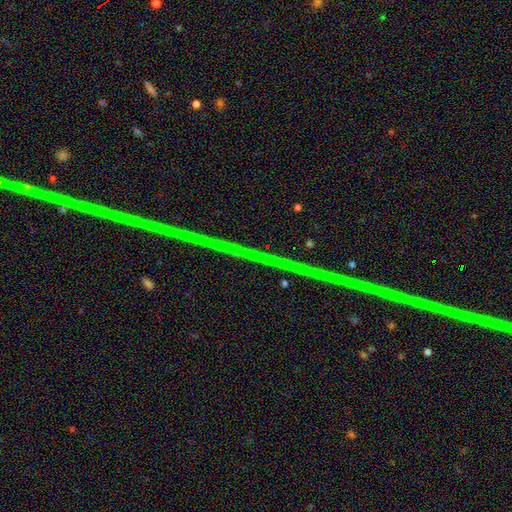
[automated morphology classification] Smooth or featured? Predicted: star or artifact (p=0.87).